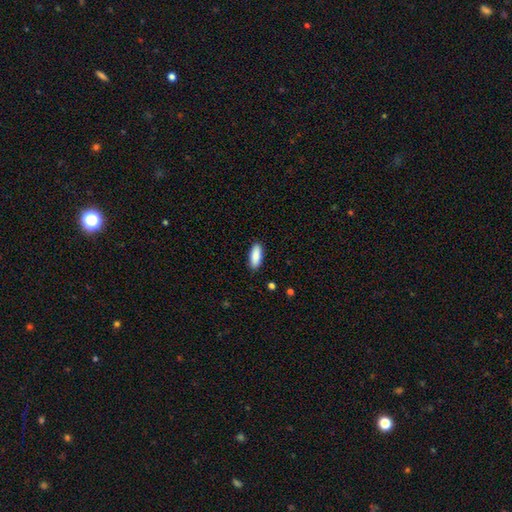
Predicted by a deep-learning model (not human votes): The model was most divided on "how rounded": in between: 76%, cigar-shaped: 22%, round: 2%. More confident: merging — none (89%); smooth or featured — smooth (89%).